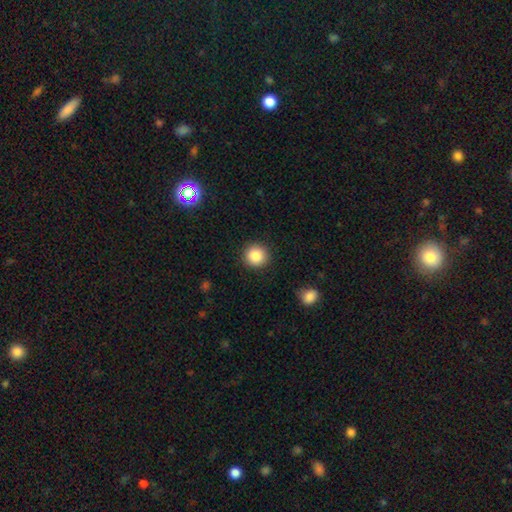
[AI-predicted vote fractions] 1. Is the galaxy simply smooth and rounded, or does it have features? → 86% smooth, 10% star or artifact, 4% featured or disk.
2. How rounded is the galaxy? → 94% round, 5% in between, 1% cigar-shaped.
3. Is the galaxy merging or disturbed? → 91% none, 6% minor disturbance, 2% major disturbance, 1% merger.